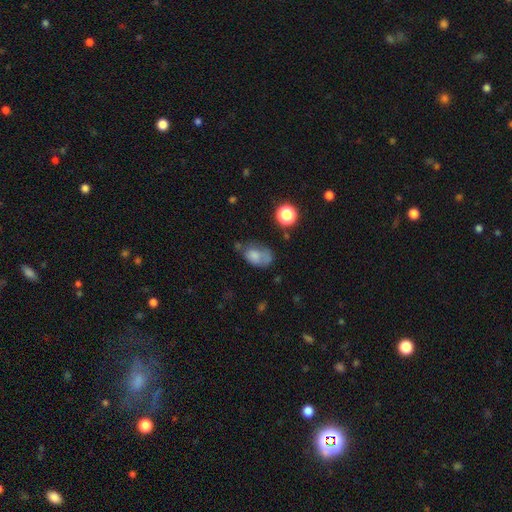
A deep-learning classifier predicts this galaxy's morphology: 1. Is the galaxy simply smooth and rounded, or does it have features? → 70% smooth, 18% featured or disk, 12% star or artifact.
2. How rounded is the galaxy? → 80% in between, 19% round, 2% cigar-shaped.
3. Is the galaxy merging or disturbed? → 34% none, 28% minor disturbance, 23% major disturbance, 15% merger.